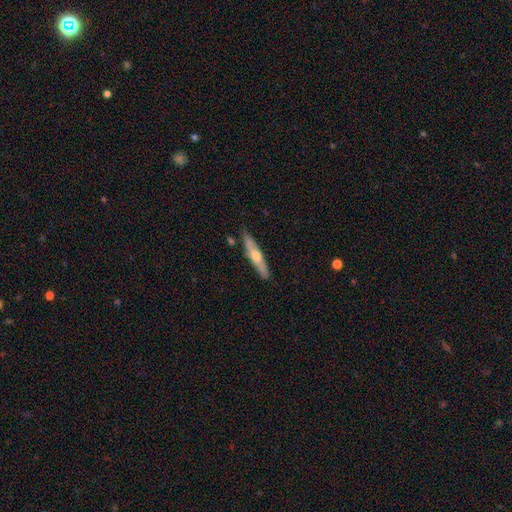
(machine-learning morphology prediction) type=featured or disk (51%); edge-on=yes (90%); merging=none (86%).